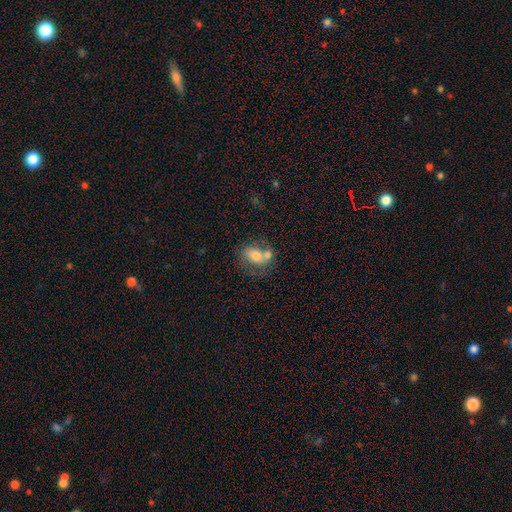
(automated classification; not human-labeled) The model was most divided on "merging": merger: 41%, none: 36%, minor disturbance: 15%, major disturbance: 8%. More confident: how rounded — in between (67%); smooth or featured — smooth (59%).